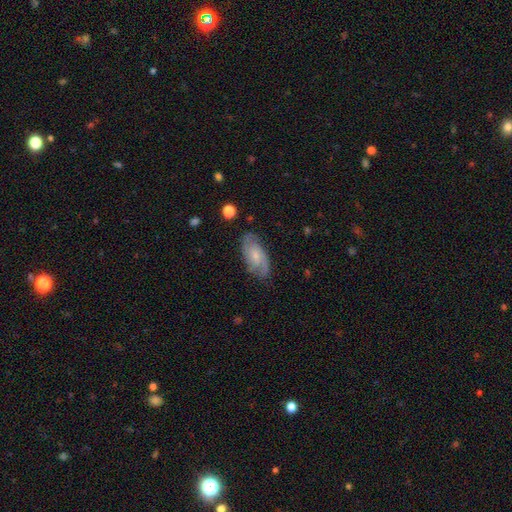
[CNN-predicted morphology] Smooth or featured: featured or disk — 74% (smooth — 20%)
Edge-on disk: no — 94% (yes — 6%)
Bar: no — 55% (weak — 38%)
Spiral arms: yes — 94% (no — 6%)
Spiral winding: medium — 47% (tight — 38%)
Spiral arm count: 2 — 77% (can't tell — 12%)
Bulge size: small — 62% (moderate — 30%)
Merging: none — 79% (minor disturbance — 15%)